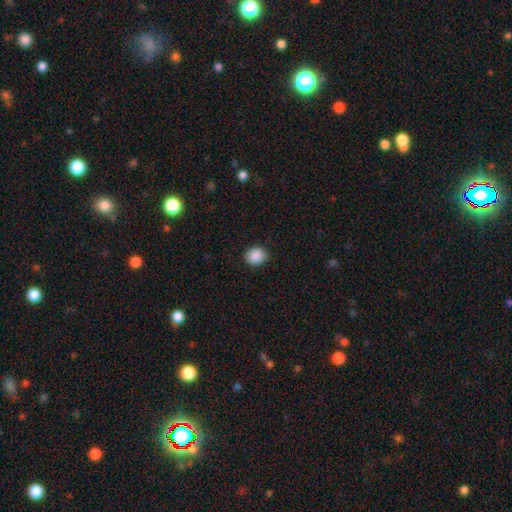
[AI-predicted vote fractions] smooth 89%, star or artifact 8%, featured or disk 3%. Down the decision tree: how rounded — round (70%); merging — none (86%).